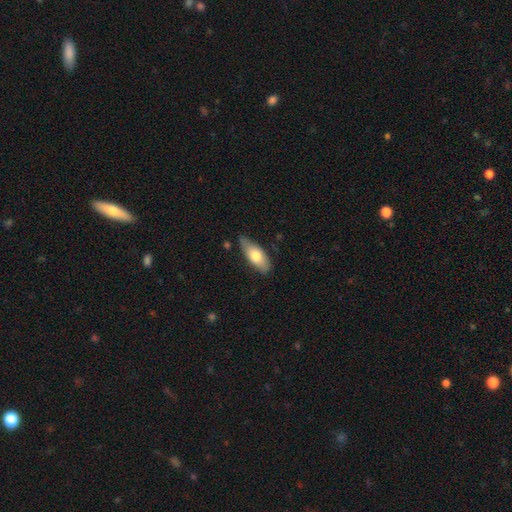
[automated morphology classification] type=smooth (69%); roundness=in between (79%); merging=none (70%).